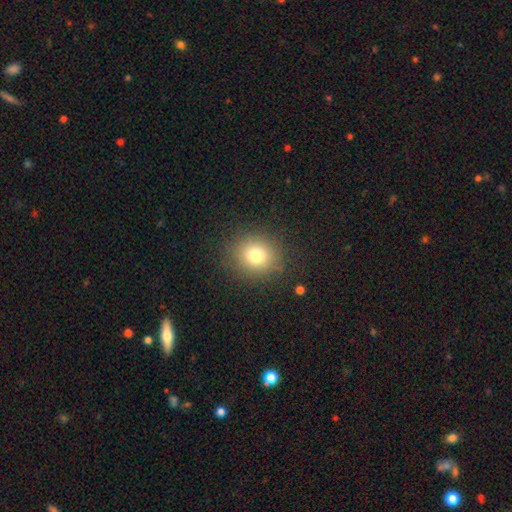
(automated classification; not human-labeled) smooth-or-featured: smooth: 77% | star or artifact: 14% | featured or disk: 9%
  how-rounded: round: 83% | in between: 16% | cigar-shaped: 1%
  merging: none: 86% | minor disturbance: 9% | major disturbance: 4% | merger: 1%